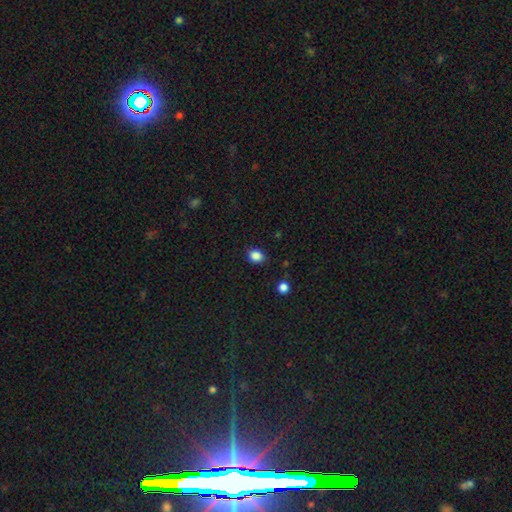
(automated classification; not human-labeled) Smooth or featured? smooth (86%)
How rounded? round (51%)
Merging? none (82%)